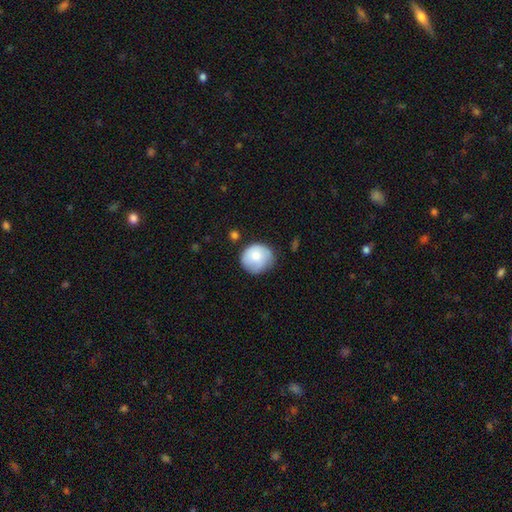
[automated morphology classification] This is likely a smooth galaxy (76%). How rounded: clearly round (87%). Merging: likely none (65%).